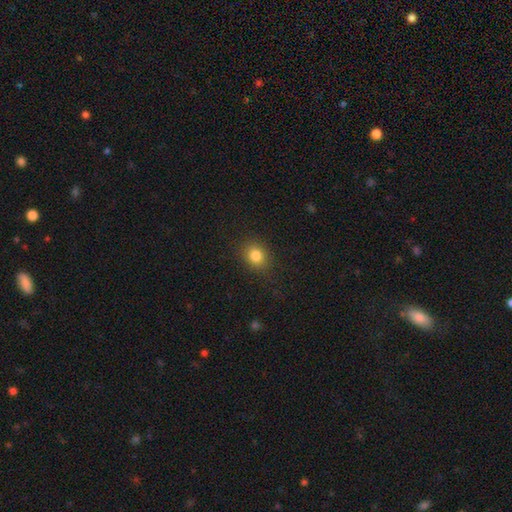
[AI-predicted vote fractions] The model was most divided on "how rounded": round: 69%, in between: 30%, cigar-shaped: 1%. More confident: merging — none (86%); smooth or featured — smooth (82%).